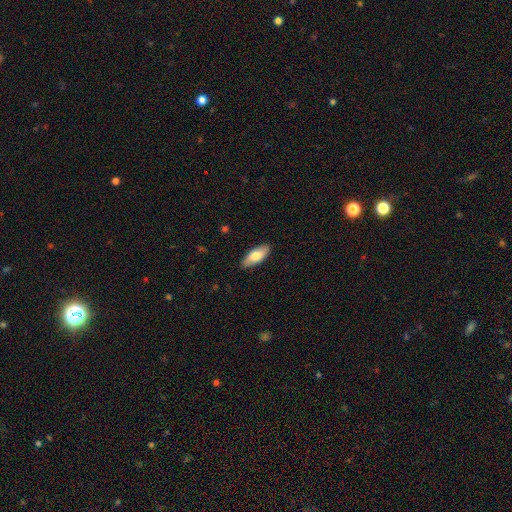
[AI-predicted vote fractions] smooth_or_featured: smooth (p=0.77) [alt: featured or disk p=0.17]
how_rounded: in between (p=0.79) [alt: cigar-shaped p=0.18]
merging: none (p=0.88) [alt: minor disturbance p=0.09]